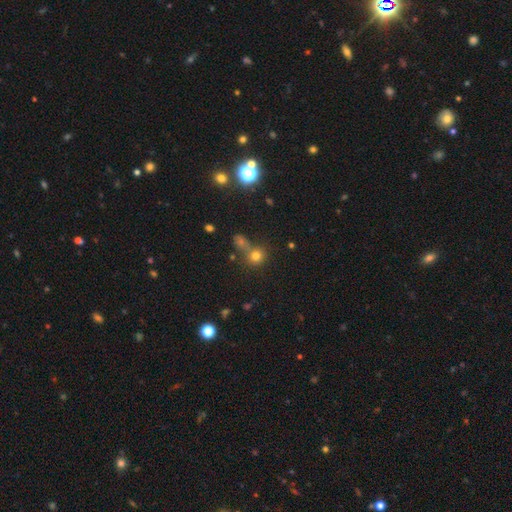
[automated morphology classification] smooth 73%, star or artifact 18%, featured or disk 9%. Down the decision tree: how rounded — round (85%); merging — none (57%).